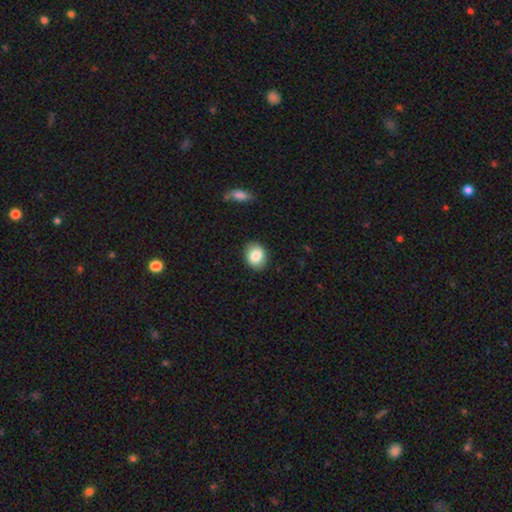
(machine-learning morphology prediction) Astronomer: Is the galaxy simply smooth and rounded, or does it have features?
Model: smooth — 83%.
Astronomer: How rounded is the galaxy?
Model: in between — 52% (runner-up: round, 47%).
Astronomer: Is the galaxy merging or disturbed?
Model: none — 88%.